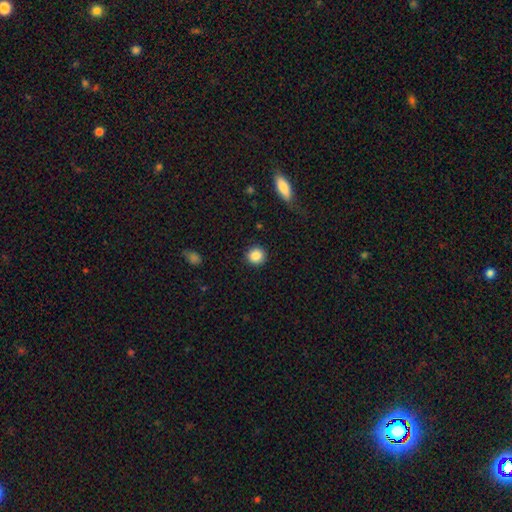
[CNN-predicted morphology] A smooth galaxy with no disk features (88%) that is round (91%). Merging: none (90%).